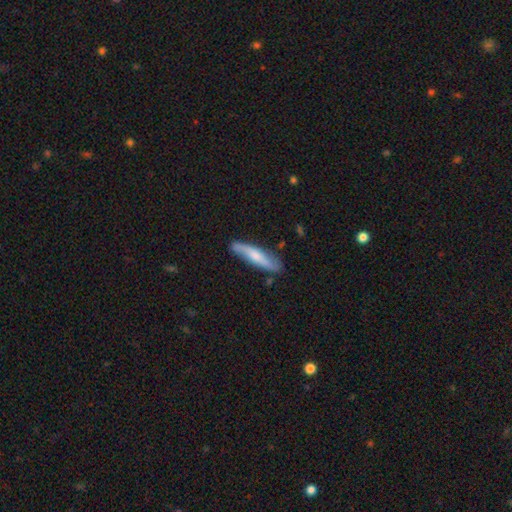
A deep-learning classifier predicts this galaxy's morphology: A smooth galaxy with no disk features (50%). Merging: none (79%).